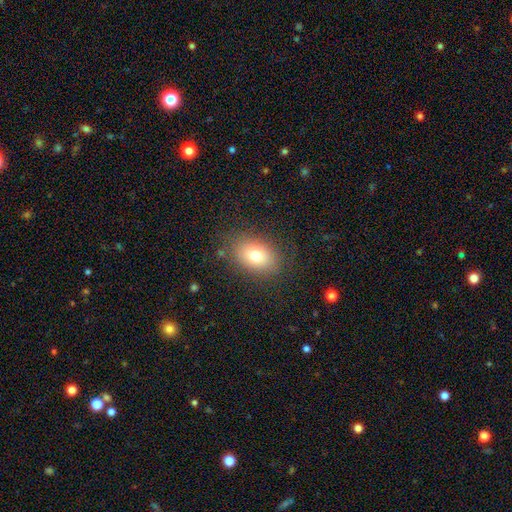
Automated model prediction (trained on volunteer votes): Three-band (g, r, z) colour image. It shows a smooth galaxy with no disk features (76%) that is in between round and cigar-shaped (78%). Merging: none (81%).